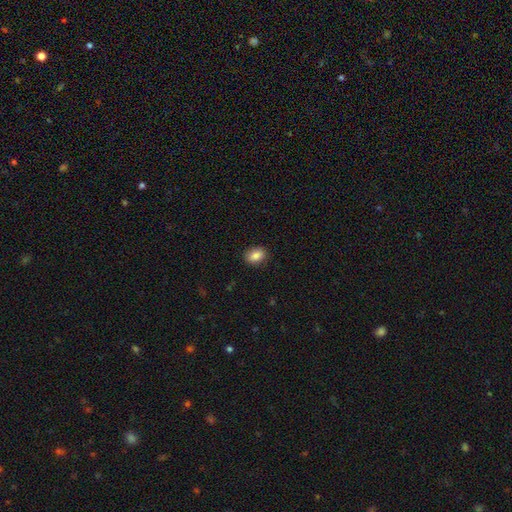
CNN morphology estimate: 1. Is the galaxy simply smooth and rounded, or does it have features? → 85% smooth, 8% star or artifact, 6% featured or disk.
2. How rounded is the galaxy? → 73% in between, 26% round, 1% cigar-shaped.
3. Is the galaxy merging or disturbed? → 88% none, 9% minor disturbance, 2% major disturbance, 1% merger.